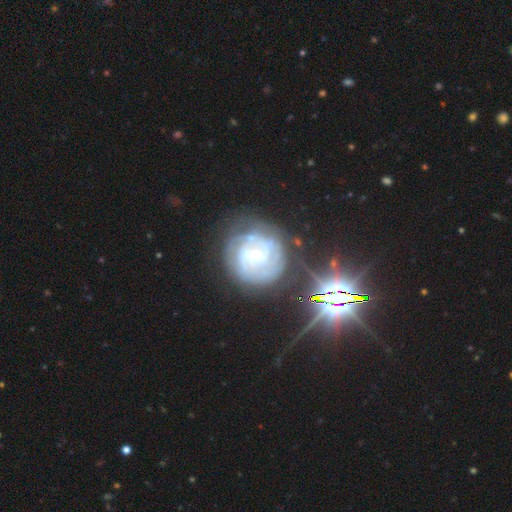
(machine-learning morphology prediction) Smooth or featured? featured or disk (79%)
Edge-on disk? no (97%)
Bar? no (49%)
Spiral arms? yes (90%)
Spiral winding? tight (72%)
Spiral arm count? can't tell (43%)
Bulge size? small (61%)
Merging? none (68%)